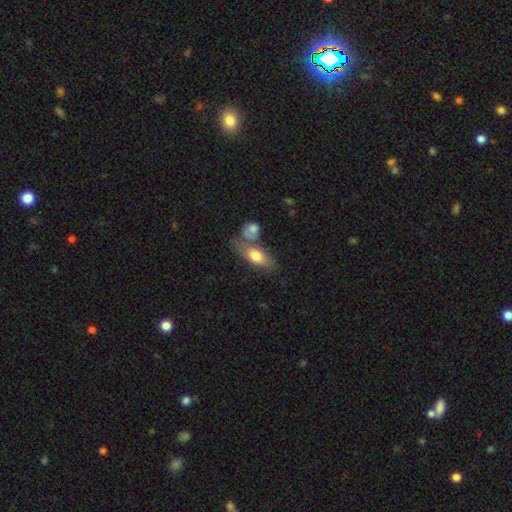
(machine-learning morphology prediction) The model was most divided on "merging": none: 40%, merger: 37%, minor disturbance: 16%, major disturbance: 8%. More confident: how rounded — in between (81%); smooth or featured — smooth (70%).